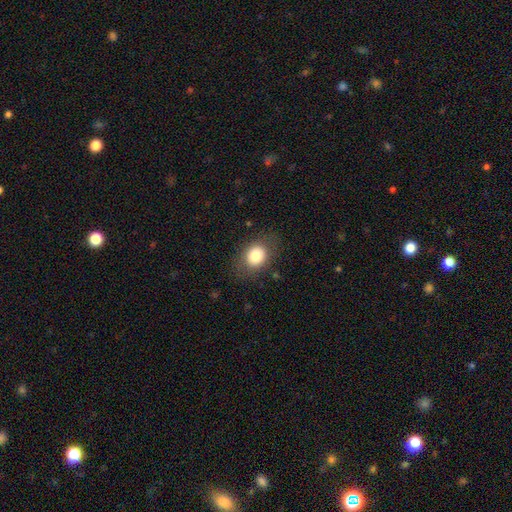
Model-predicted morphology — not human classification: smooth 80%, featured or disk 10%, star or artifact 9%. Down the decision tree: how rounded — in between (54%); merging — none (81%).